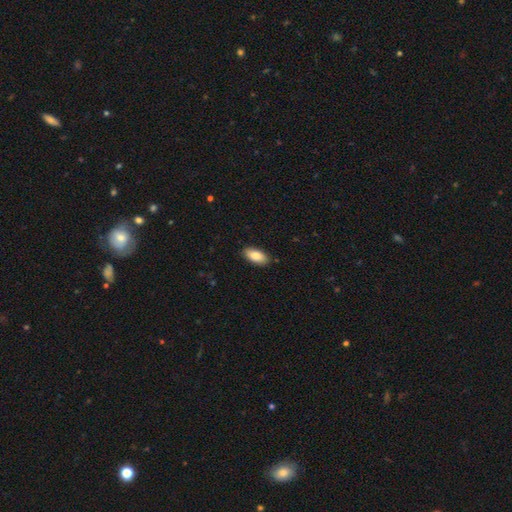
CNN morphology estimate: Smooth or featured: smooth — 85% (featured or disk — 9%)
How rounded: in between — 90% (cigar-shaped — 8%)
Merging: none — 88% (minor disturbance — 9%)